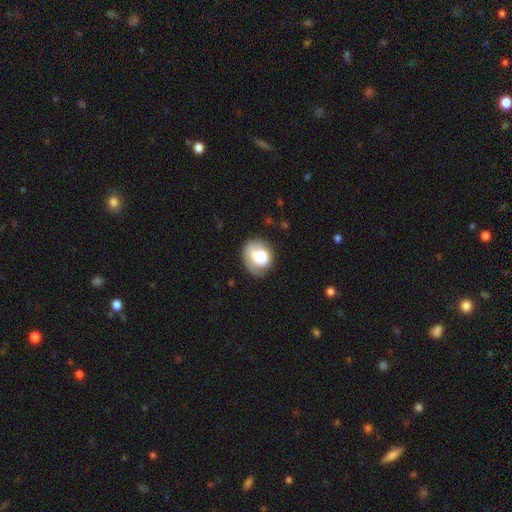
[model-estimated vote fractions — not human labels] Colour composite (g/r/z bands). It shows a smooth galaxy with no disk features (65%) that is round (64%). Merging: none (49%).